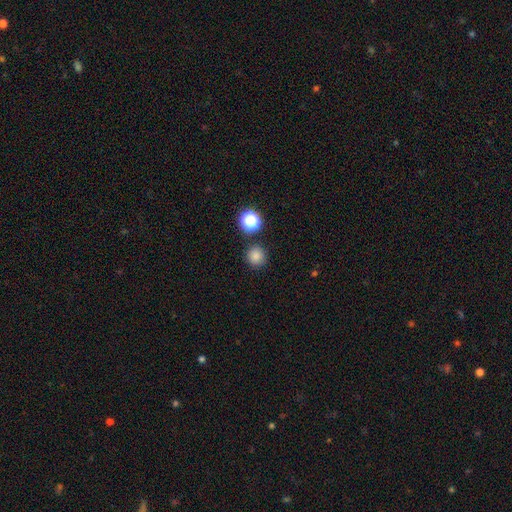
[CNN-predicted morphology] type=smooth (81%); roundness=round (95%); merging=none (85%).